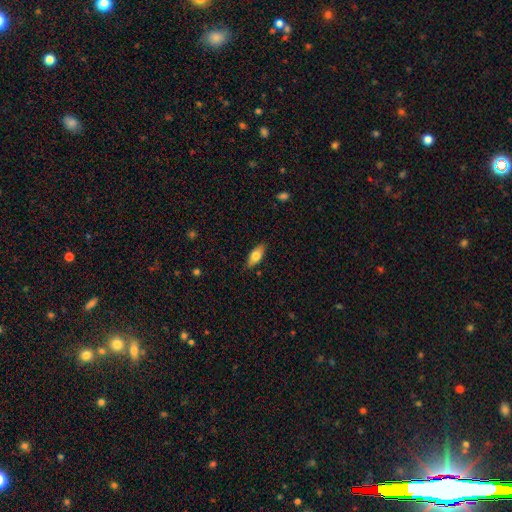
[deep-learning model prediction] A smooth galaxy with no disk features (70%) that is in between round and cigar-shaped (81%). Merging: none (85%).